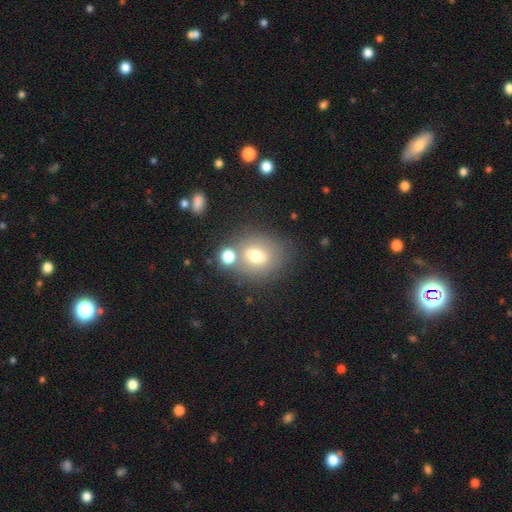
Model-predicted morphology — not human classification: Q: Smooth or featured?
A: smooth (64%); runner-up: featured or disk (23%)
Q: How rounded?
A: round (51%); runner-up: in between (48%)
Q: Merging?
A: none (62%); runner-up: merger (19%)